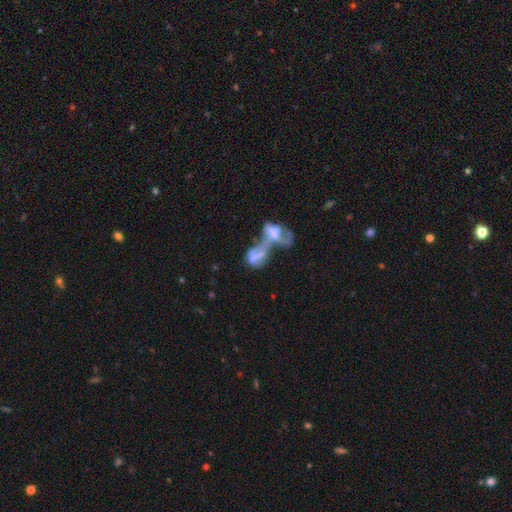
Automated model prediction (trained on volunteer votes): Q: Smooth or featured?
A: featured or disk (50%); runner-up: smooth (38%)
Q: Merging?
A: merger (79%); runner-up: major disturbance (13%)